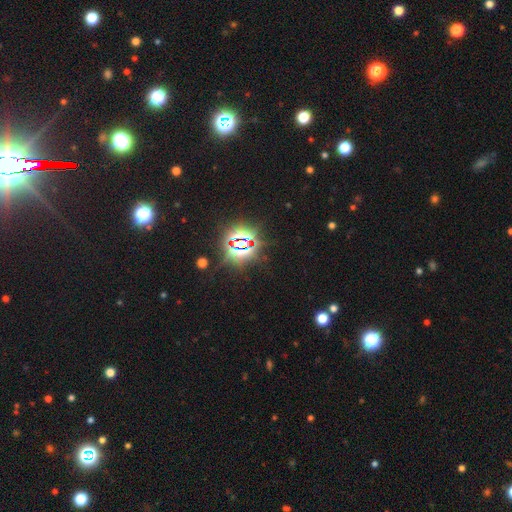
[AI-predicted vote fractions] smooth-or-featured: star or artifact: 81% | smooth: 11% | featured or disk: 7%